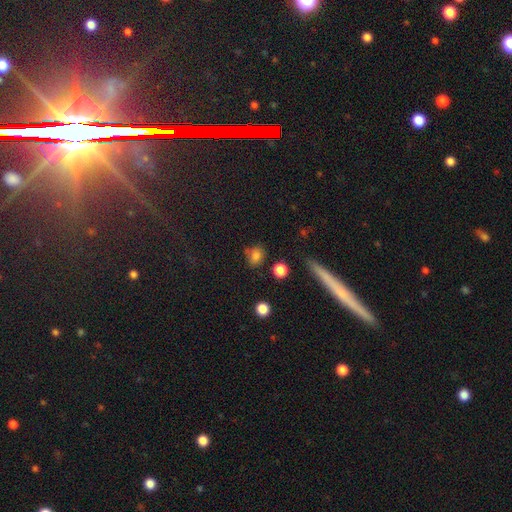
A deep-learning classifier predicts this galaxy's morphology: Q: Smooth or featured?
A: smooth (80%); runner-up: star or artifact (14%)
Q: How rounded?
A: round (55%); runner-up: in between (43%)
Q: Merging?
A: none (70%); runner-up: minor disturbance (19%)